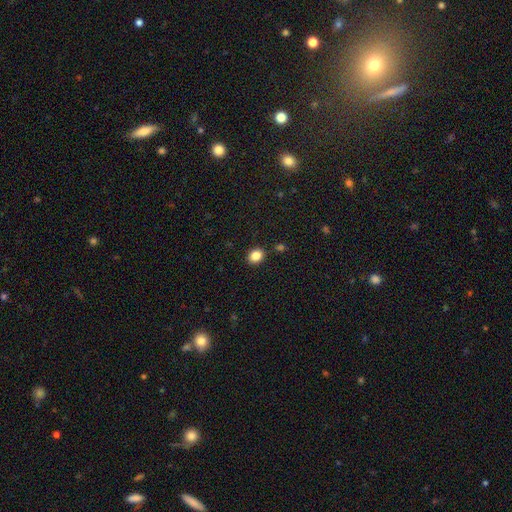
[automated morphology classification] A smooth galaxy with no disk features (85%) that is round (56%).

Vote fractions:
- Smooth or featured? smooth: 85% / star or artifact: 10% / featured or disk: 4%
- How rounded? round: 56% / in between: 43% / cigar-shaped: 1%
- Merging? none: 87% / minor disturbance: 8% / merger: 3% / major disturbance: 2%